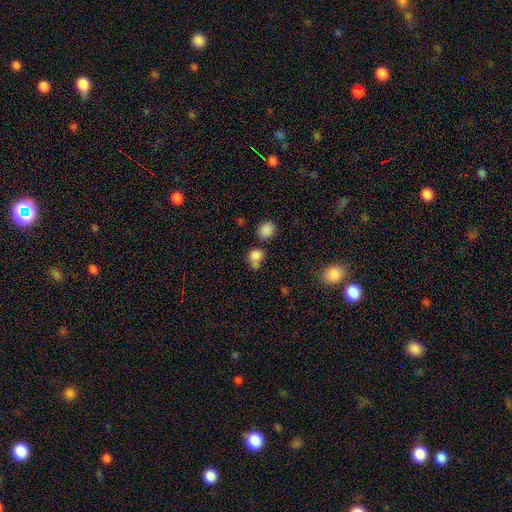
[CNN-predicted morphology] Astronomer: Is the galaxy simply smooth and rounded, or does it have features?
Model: smooth — 79%.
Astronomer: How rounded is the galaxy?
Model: round — 59% (runner-up: in between, 39%).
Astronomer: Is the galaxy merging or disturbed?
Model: none — 41% (runner-up: merger, 29%).